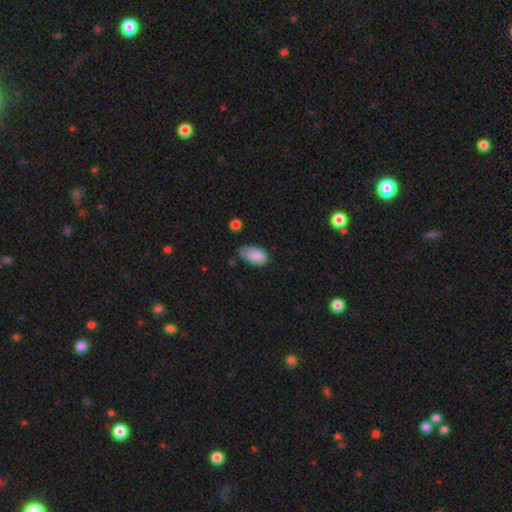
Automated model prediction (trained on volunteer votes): The model was most divided on "merging": none: 50%, minor disturbance: 40%, major disturbance: 8%, merger: 3%. More confident: how rounded — in between (94%); smooth or featured — smooth (87%).